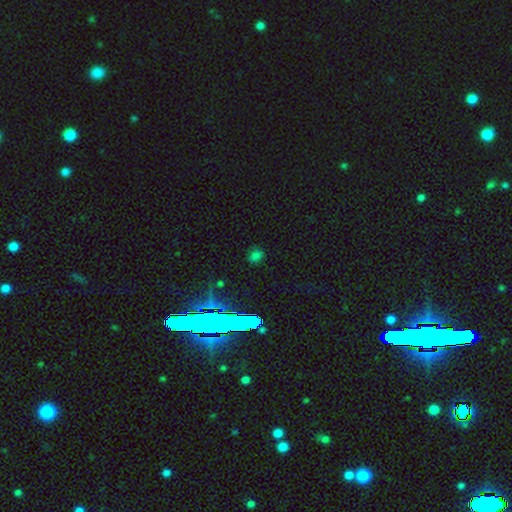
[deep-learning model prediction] Smooth or featured? Predicted: smooth (p=0.57). How rounded? Predicted: round (p=0.52). Merging? Predicted: none (p=0.80).